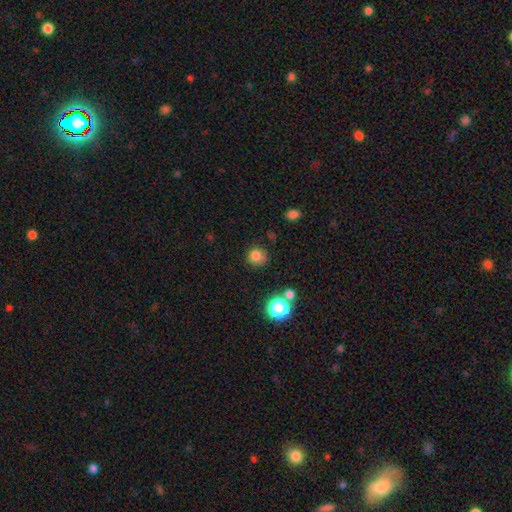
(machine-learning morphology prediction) This appears to be a smooth galaxy with no disk features (80%) that is round (87%). Merging: none (77%).